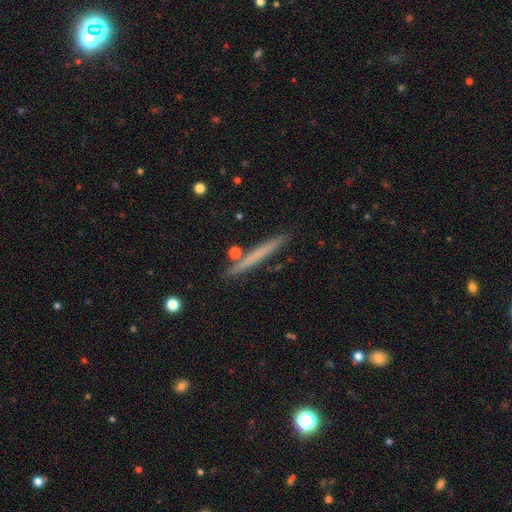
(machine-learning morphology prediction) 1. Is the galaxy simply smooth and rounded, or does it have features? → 56% smooth, 37% featured or disk, 7% star or artifact.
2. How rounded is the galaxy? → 97% cigar-shaped, 2% in between, 1% round.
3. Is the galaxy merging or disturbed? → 88% none, 8% minor disturbance, 3% merger, 2% major disturbance.